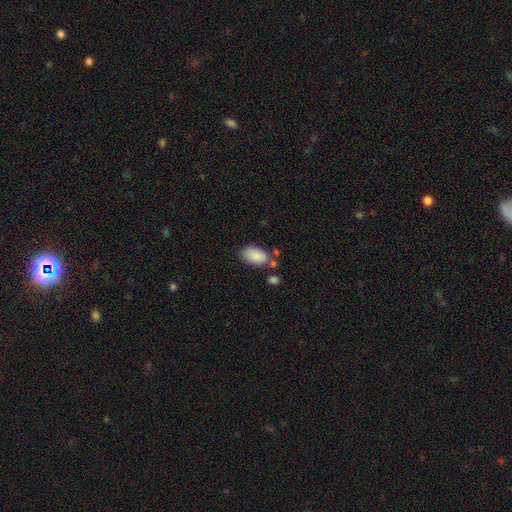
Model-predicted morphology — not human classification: The model was most divided on "merging": none: 67%, minor disturbance: 18%, merger: 11%, major disturbance: 5%. More confident: how rounded — in between (94%); smooth or featured — smooth (89%).